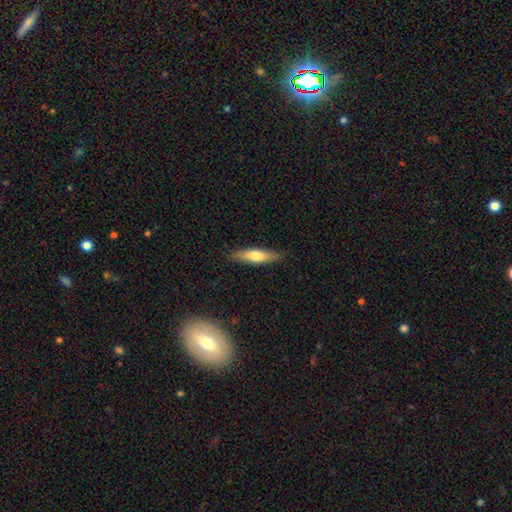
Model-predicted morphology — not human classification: type=smooth (59%); roundness=cigar-shaped (75%); merging=none (88%).